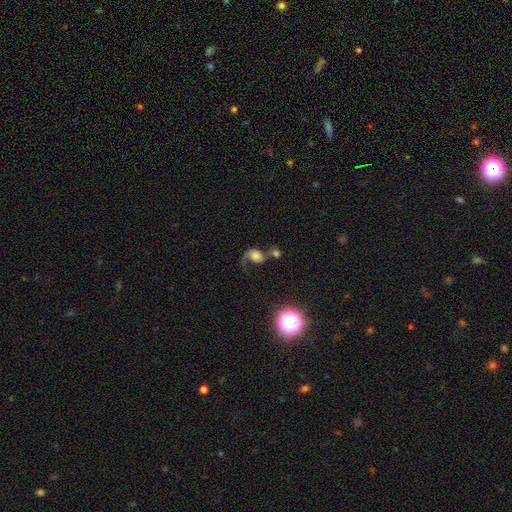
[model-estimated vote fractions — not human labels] This appears to be a featured or disk galaxy (45%). Merging: major disturbance (33%).